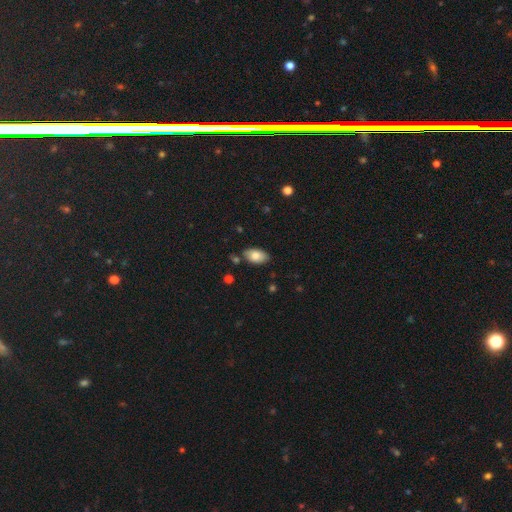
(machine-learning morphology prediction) smooth 81%, featured or disk 12%, star or artifact 7%. Down the decision tree: how rounded — in between (94%); merging — none (79%).